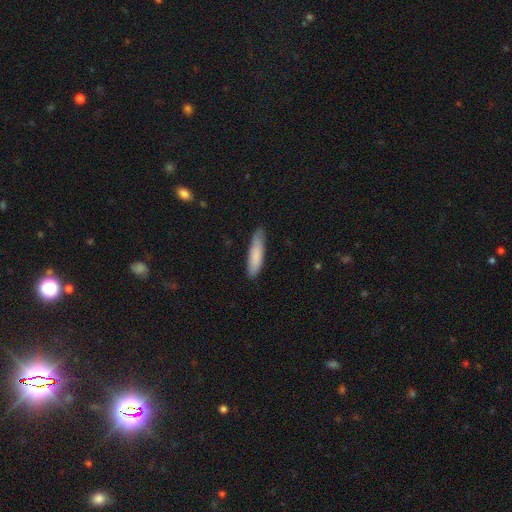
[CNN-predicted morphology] A smooth galaxy with no disk features (82%) that is cigar-shaped (74%).

Vote fractions:
- Smooth or featured? smooth: 82% / featured or disk: 12% / star or artifact: 6%
- How rounded? cigar-shaped: 74% / in between: 24% / round: 1%
- Merging? none: 78% / minor disturbance: 18% / major disturbance: 3% / merger: 1%